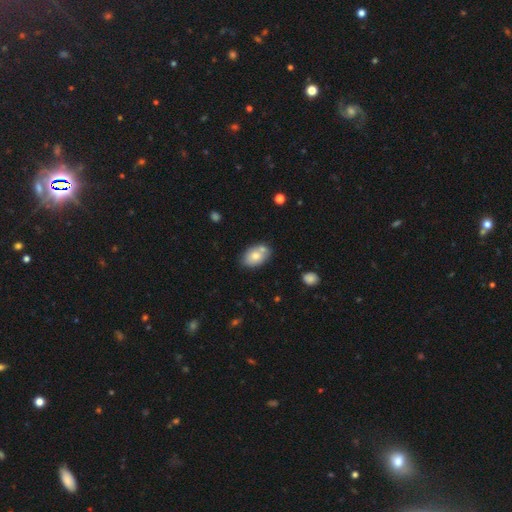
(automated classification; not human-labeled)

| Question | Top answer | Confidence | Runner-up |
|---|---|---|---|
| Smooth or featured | smooth | 71% | featured or disk (21%) |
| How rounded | in between | 86% | round (13%) |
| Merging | none | 59% | merger (20%) |